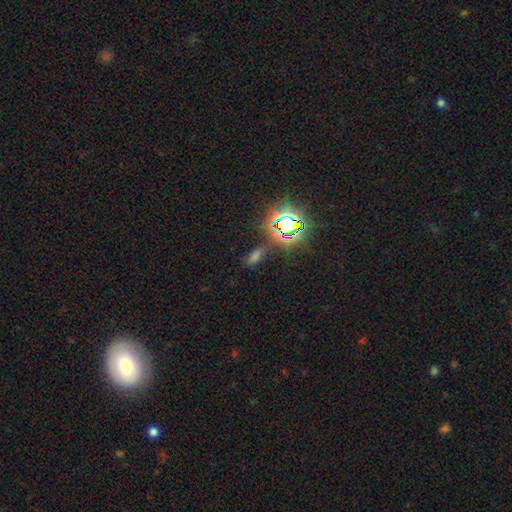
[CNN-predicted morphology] Smooth or featured? smooth (47%)
Merging? none (72%)